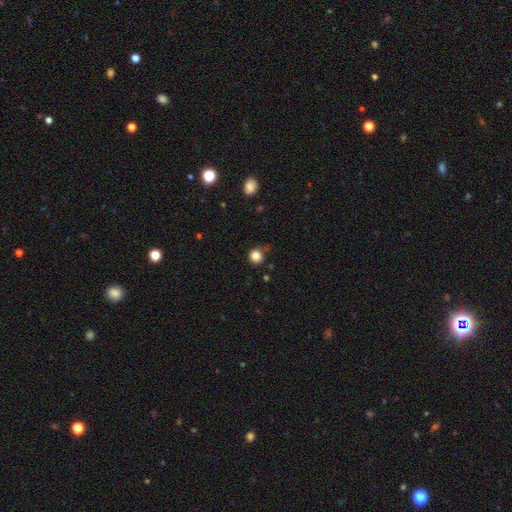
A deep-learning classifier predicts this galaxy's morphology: Overall: smooth (84%). How rounded: round (90%). Merging: none (79%).